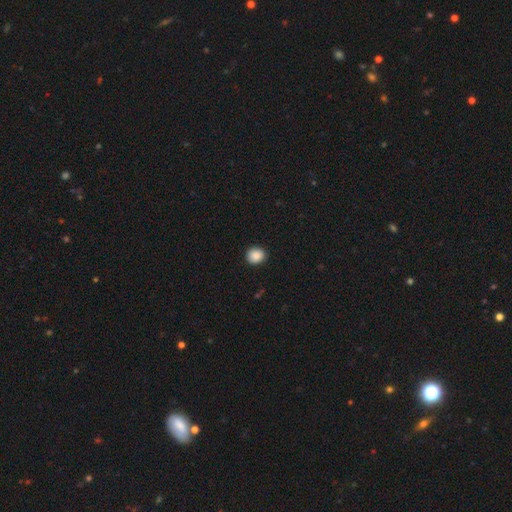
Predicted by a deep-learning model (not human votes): Morphology: type=smooth (89%); roundness=round (79%); merging=none (90%).